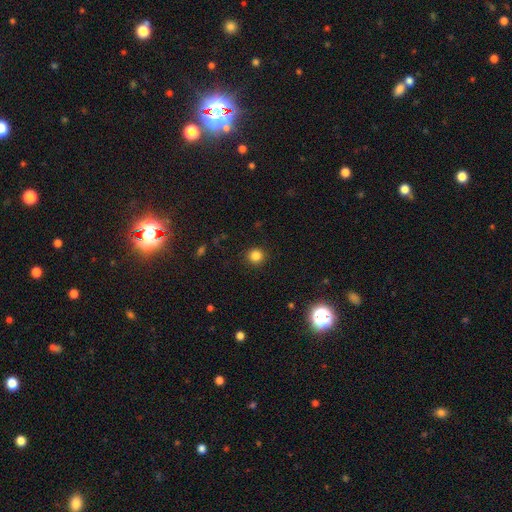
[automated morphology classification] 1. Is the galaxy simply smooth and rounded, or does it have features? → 84% smooth, 12% star or artifact, 4% featured or disk.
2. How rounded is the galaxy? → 93% round, 6% in between, 1% cigar-shaped.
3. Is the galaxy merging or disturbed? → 91% none, 5% minor disturbance, 2% major disturbance, 1% merger.